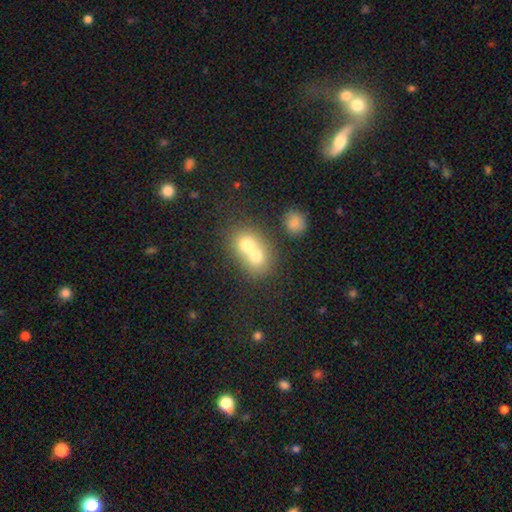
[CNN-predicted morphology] smooth 69%, featured or disk 20%, star or artifact 12%. Down the decision tree: how rounded — round (68%); merging — merger (70%).